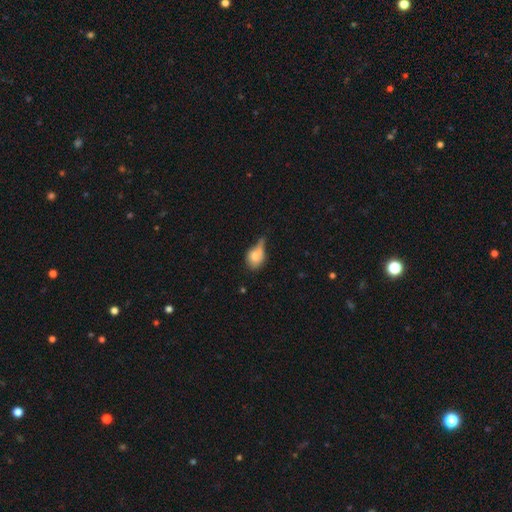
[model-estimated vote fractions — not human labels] The model was most divided on "merging": minor disturbance: 37%, none: 26%, major disturbance: 24%, merger: 13%. More confident: smooth or featured — smooth (69%); how rounded — in between (58%).